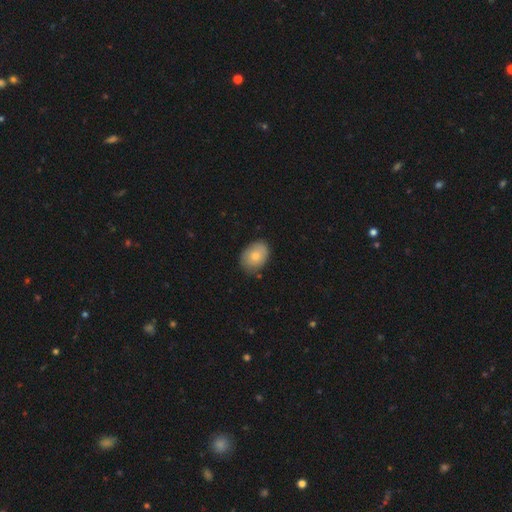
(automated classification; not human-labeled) smooth-or-featured: smooth: 77% | featured or disk: 16% | star or artifact: 7%
  how-rounded: in between: 72% | round: 27% | cigar-shaped: 1%
  merging: none: 79% | minor disturbance: 17% | major disturbance: 3% | merger: 2%